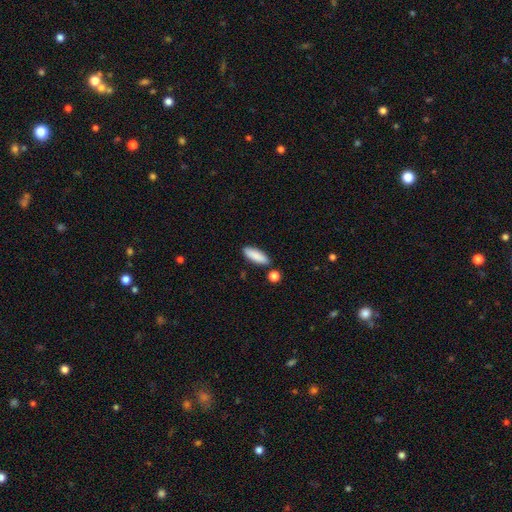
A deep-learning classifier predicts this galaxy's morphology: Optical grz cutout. It shows a smooth galaxy with no disk features (88%) that is in between round and cigar-shaped (61%). Merging: none (83%).